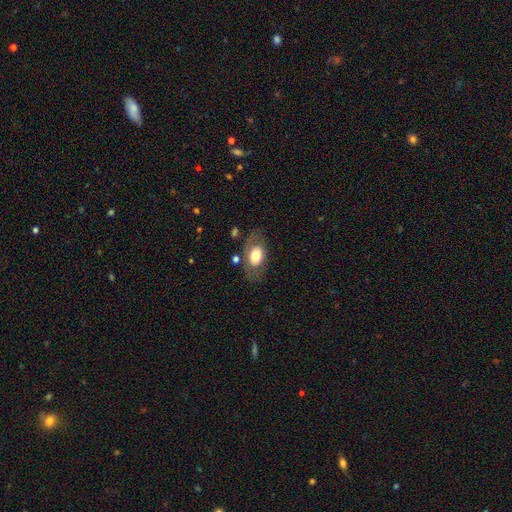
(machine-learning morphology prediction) A smooth galaxy with no disk features (66%) that is in between round and cigar-shaped (86%). Merging: none (72%).